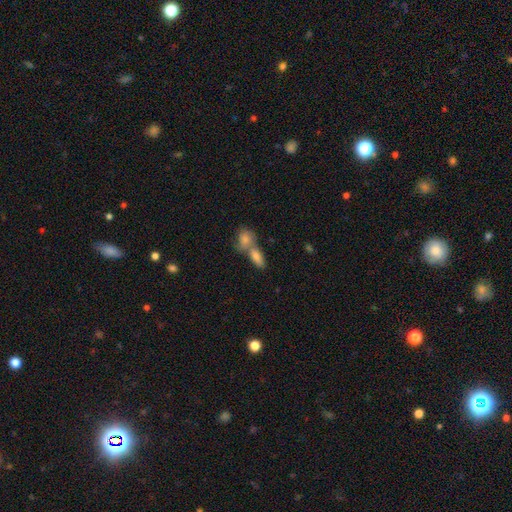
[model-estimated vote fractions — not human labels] This is likely a smooth galaxy (74%). How rounded: likely in between (77%). Merging: possibly merger (53%).